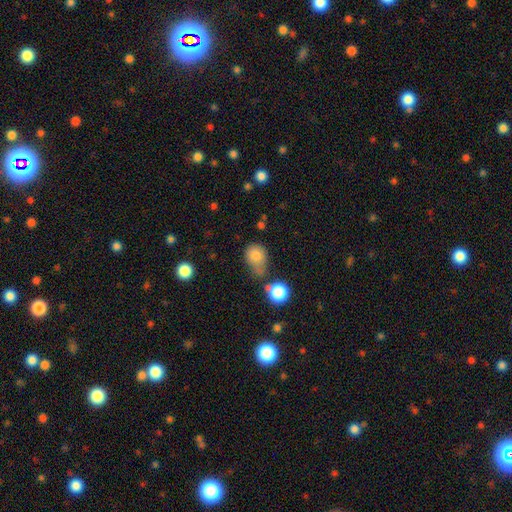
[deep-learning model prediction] Q: Smooth or featured?
A: smooth (80%); runner-up: star or artifact (11%)
Q: How rounded?
A: round (58%); runner-up: in between (41%)
Q: Merging?
A: none (39%); runner-up: merger (25%)